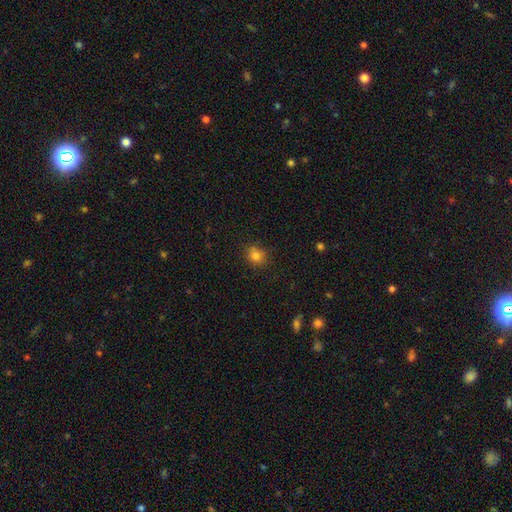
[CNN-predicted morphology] Smooth or featured: smooth — 80% (star or artifact — 13%)
How rounded: round — 74% (in between — 25%)
Merging: none — 78% (minor disturbance — 14%)